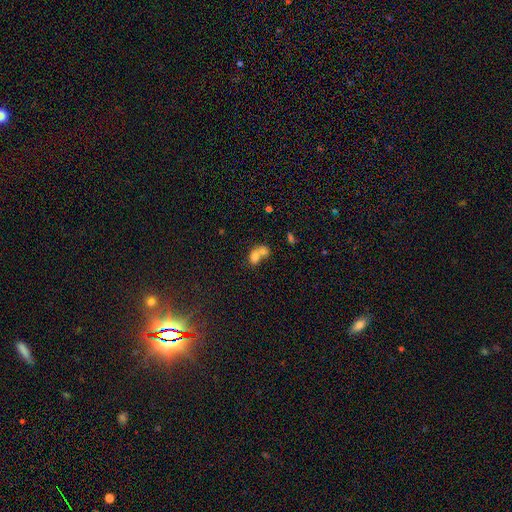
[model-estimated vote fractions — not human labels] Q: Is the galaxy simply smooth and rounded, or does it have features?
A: smooth — 72%.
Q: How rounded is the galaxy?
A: in between — 60%.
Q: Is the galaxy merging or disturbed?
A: merger — 72%.